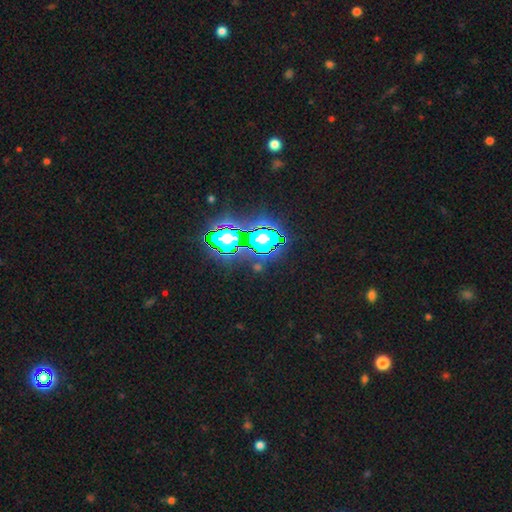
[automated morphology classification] A star or artifact, not a galaxy (81%).